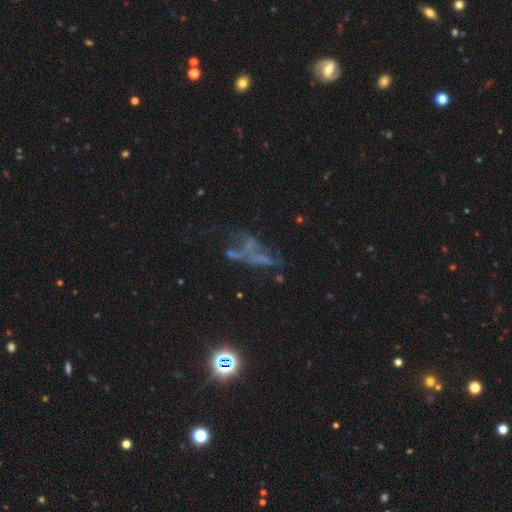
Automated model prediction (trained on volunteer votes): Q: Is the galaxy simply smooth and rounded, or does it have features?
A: featured or disk — 48%.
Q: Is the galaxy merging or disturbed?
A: major disturbance — 36%.